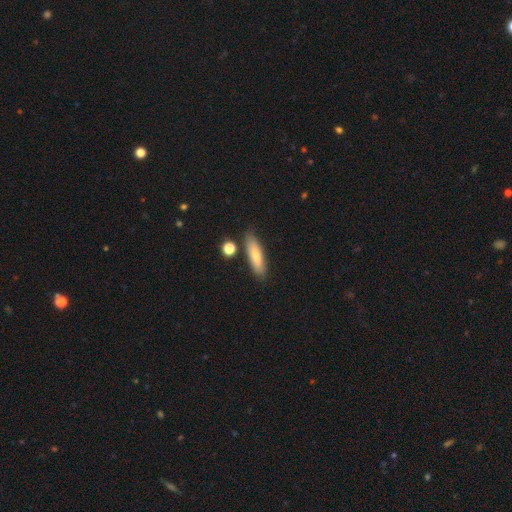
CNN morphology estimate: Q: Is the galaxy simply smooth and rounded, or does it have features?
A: smooth — 75%.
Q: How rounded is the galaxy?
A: cigar-shaped — 62%.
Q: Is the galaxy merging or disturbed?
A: none — 79%.